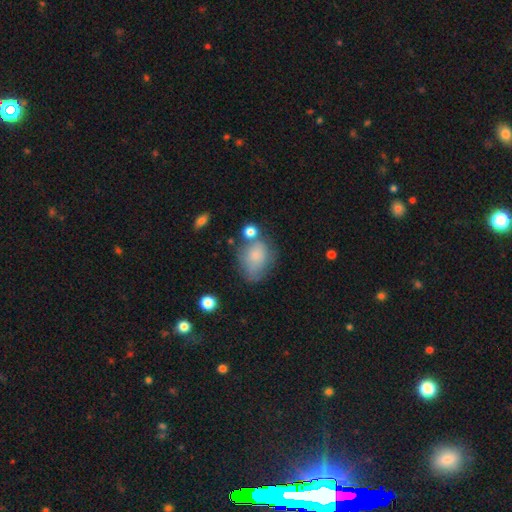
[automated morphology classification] The model was most divided on "merging": none: 43%, minor disturbance: 28%, major disturbance: 15%, merger: 14%. More confident: smooth or featured — smooth (74%); how rounded — in between (68%).